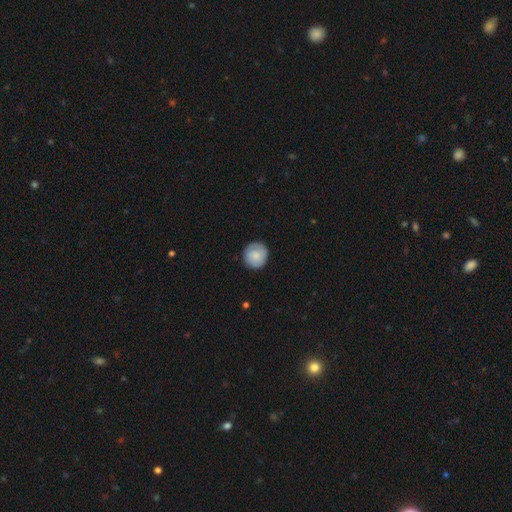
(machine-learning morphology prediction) type=smooth (79%); roundness=round (93%); merging=none (85%).